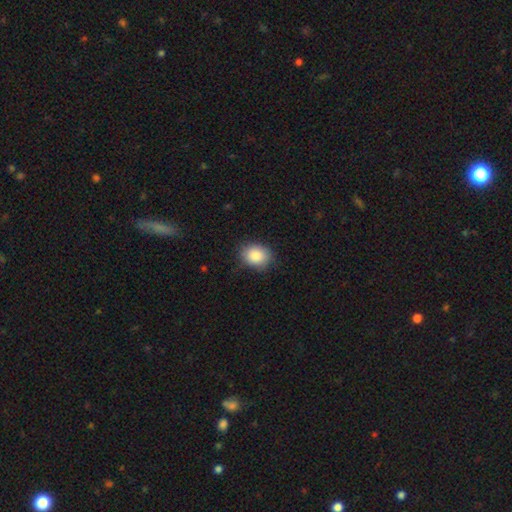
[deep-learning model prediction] A smooth galaxy with no disk features (88%) that is in between round and cigar-shaped (59%). Merging: none (82%).